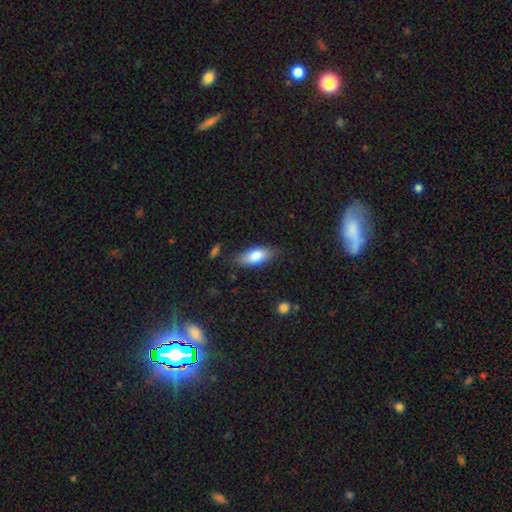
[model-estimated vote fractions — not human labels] Q: Smooth or featured?
A: smooth (81%); runner-up: featured or disk (13%)
Q: How rounded?
A: in between (83%); runner-up: cigar-shaped (15%)
Q: Merging?
A: none (80%); runner-up: minor disturbance (15%)